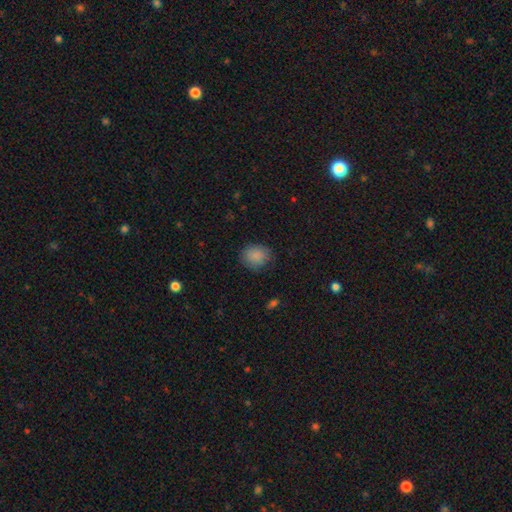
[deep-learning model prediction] Q: Smooth or featured?
A: smooth (86%); runner-up: star or artifact (9%)
Q: How rounded?
A: round (61%); runner-up: in between (38%)
Q: Merging?
A: none (79%); runner-up: minor disturbance (15%)